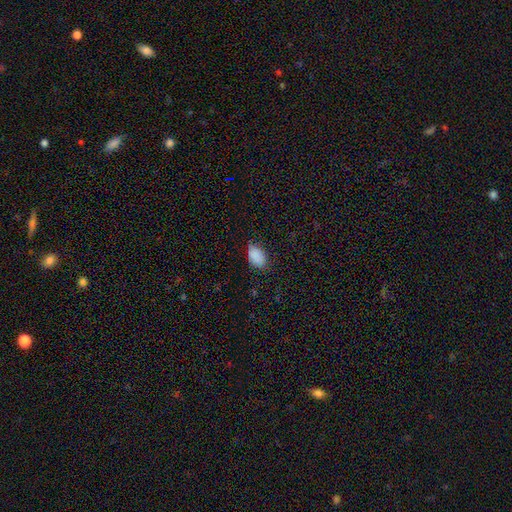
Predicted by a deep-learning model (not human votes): Smooth or featured? Predicted: smooth (p=0.88). How rounded? Predicted: in between (p=0.90). Merging? Predicted: none (p=0.73).